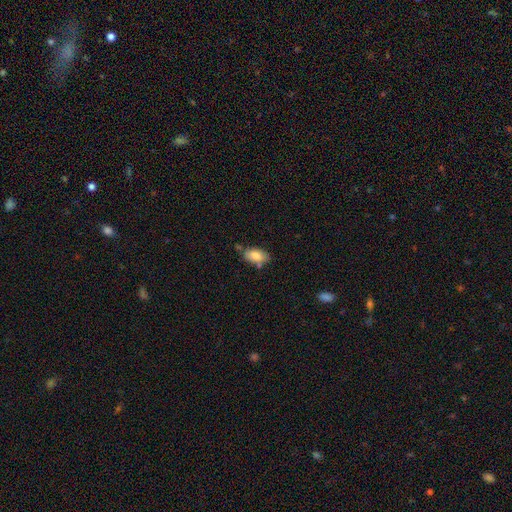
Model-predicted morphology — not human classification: smooth_or_featured: smooth (p=0.81) [alt: featured or disk p=0.11]
how_rounded: in between (p=0.92) [alt: round p=0.05]
merging: none (p=0.66) [alt: minor disturbance p=0.20]